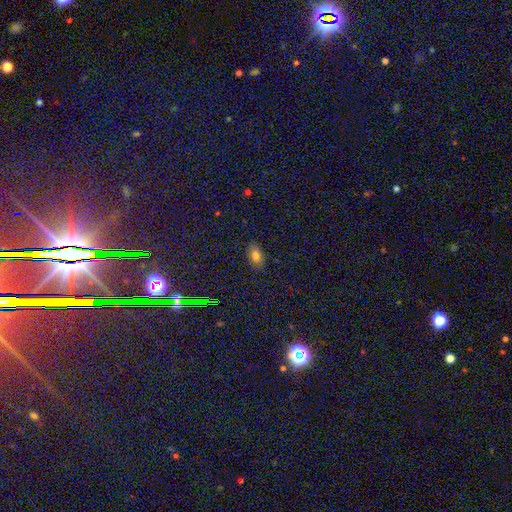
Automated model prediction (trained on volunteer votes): smooth_or_featured: smooth (p=0.73) [alt: star or artifact p=0.17]
how_rounded: in between (p=0.90) [alt: round p=0.06]
merging: none (p=0.83) [alt: minor disturbance p=0.12]